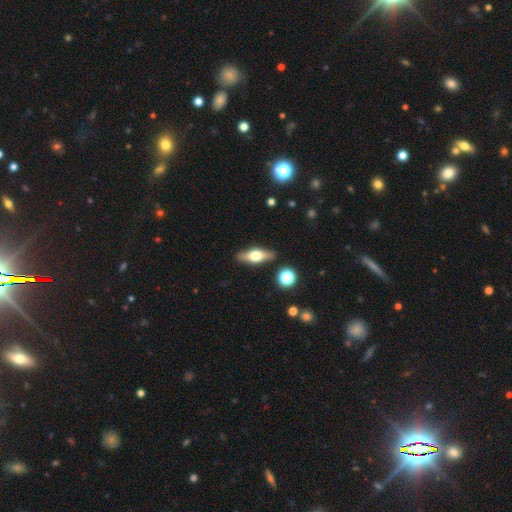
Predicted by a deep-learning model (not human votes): This is possibly a featured or disk galaxy (54%). It is clearly viewed edge-on (91%). Merging: clearly none (87%).